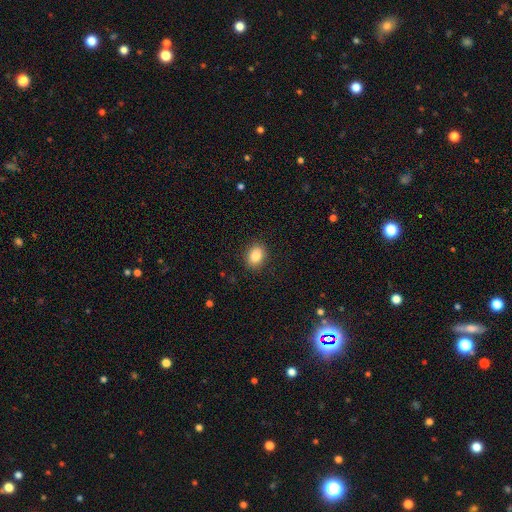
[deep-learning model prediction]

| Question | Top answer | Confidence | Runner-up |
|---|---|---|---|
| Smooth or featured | smooth | 85% | star or artifact (9%) |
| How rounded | in between | 59% | round (40%) |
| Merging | none | 89% | minor disturbance (8%) |